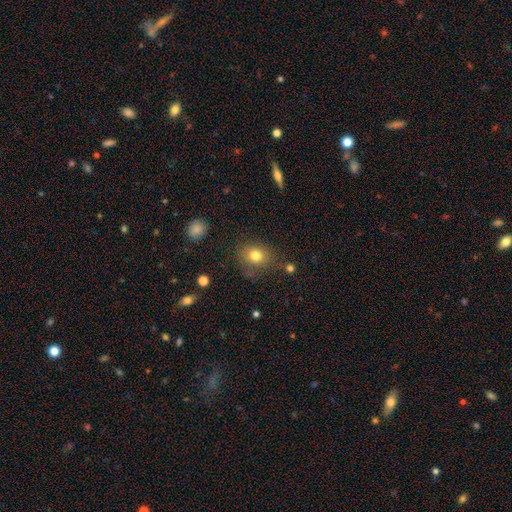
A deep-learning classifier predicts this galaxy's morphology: Smooth or featured: smooth — 78% (star or artifact — 12%)
How rounded: round — 61% (in between — 38%)
Merging: none — 71% (minor disturbance — 18%)